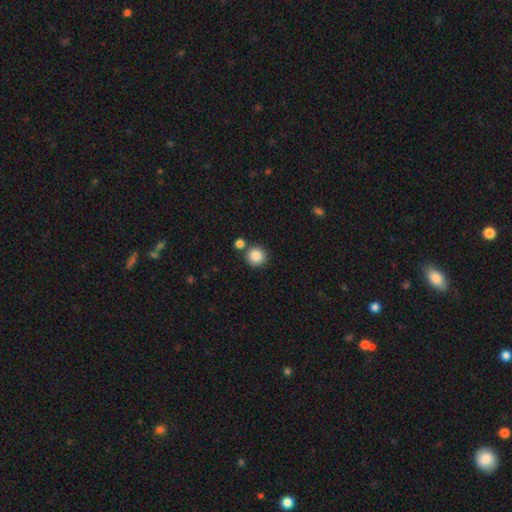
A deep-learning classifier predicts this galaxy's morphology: A smooth galaxy with no disk features (86%) that is round (94%). Merging: none (77%).